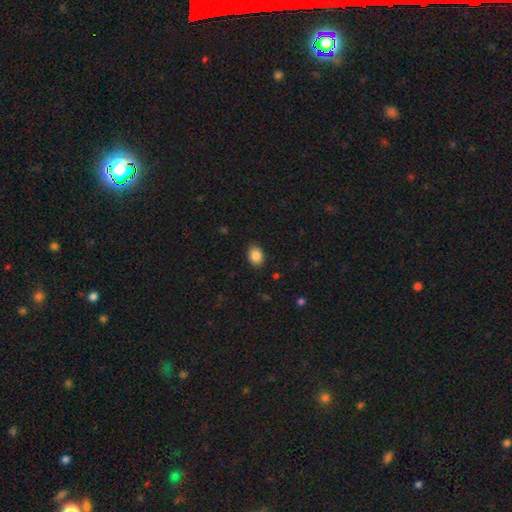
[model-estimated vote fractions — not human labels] smooth-or-featured: smooth: 87% | star or artifact: 8% | featured or disk: 4%
  how-rounded: in between: 67% | round: 32% | cigar-shaped: 1%
  merging: none: 87% | minor disturbance: 10% | major disturbance: 2% | merger: 1%